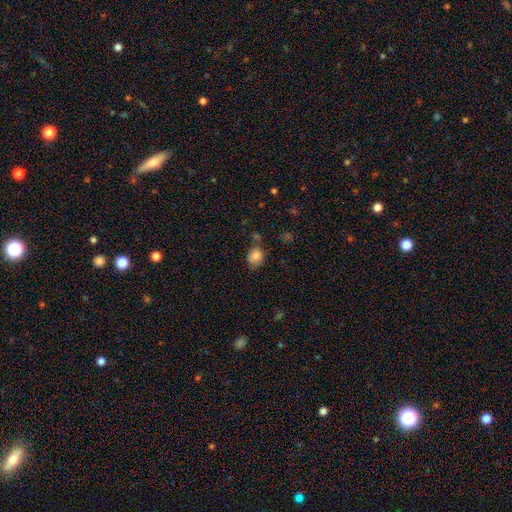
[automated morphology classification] A smooth galaxy with no disk features (79%) that is round (61%).

Vote fractions:
- Smooth or featured? smooth: 79% / featured or disk: 12% / star or artifact: 10%
- How rounded? round: 61% / in between: 38% / cigar-shaped: 1%
- Merging? none: 57% / minor disturbance: 26% / merger: 10% / major disturbance: 7%